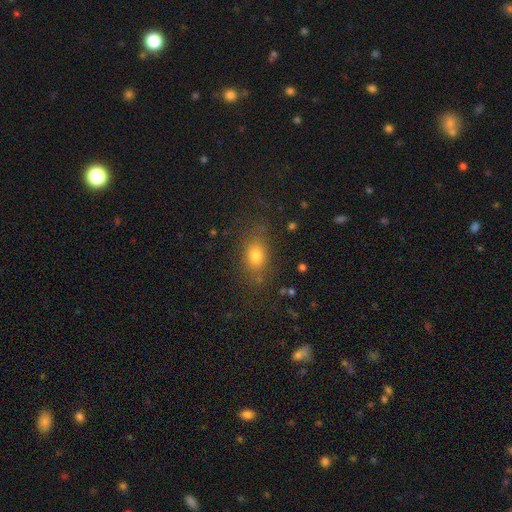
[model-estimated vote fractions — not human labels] Smooth or featured: smooth — 75% (star or artifact — 14%)
How rounded: in between — 71% (round — 25%)
Merging: none — 77% (minor disturbance — 15%)